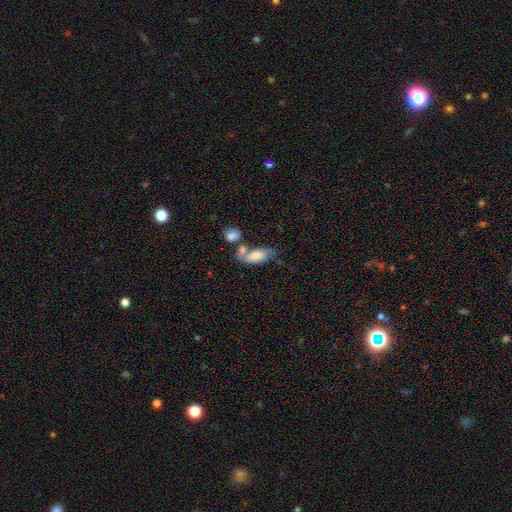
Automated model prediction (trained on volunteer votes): Q: Smooth or featured?
A: smooth (72%); runner-up: featured or disk (21%)
Q: How rounded?
A: in between (86%); runner-up: cigar-shaped (11%)
Q: Merging?
A: merger (40%); runner-up: none (35%)